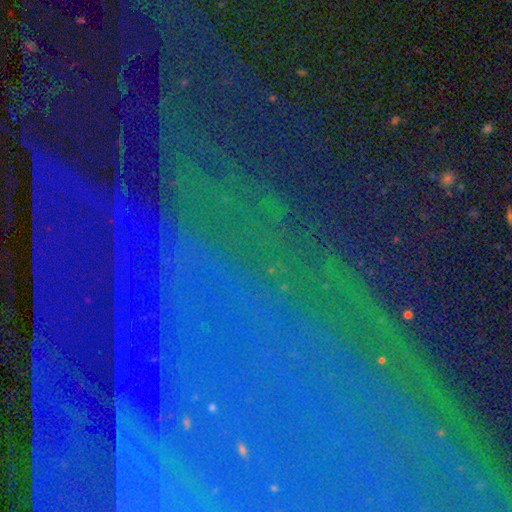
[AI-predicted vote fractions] Smooth or featured? star or artifact (86%)